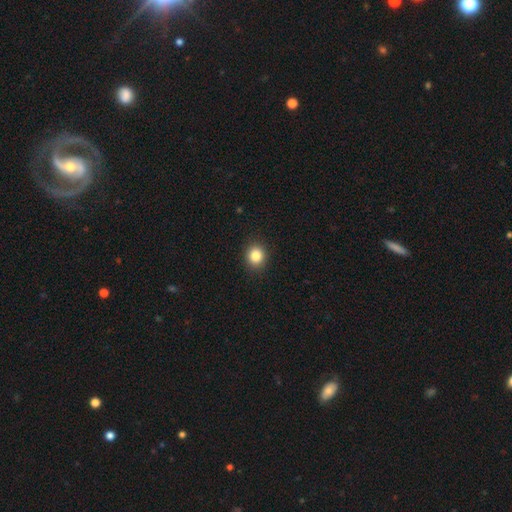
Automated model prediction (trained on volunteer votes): A smooth galaxy with no disk features (84%) that is round (79%).

Vote fractions:
- Smooth or featured? smooth: 84% / star or artifact: 11% / featured or disk: 5%
- How rounded? round: 79% / in between: 20% / cigar-shaped: 1%
- Merging? none: 91% / minor disturbance: 6% / major disturbance: 2% / merger: 1%